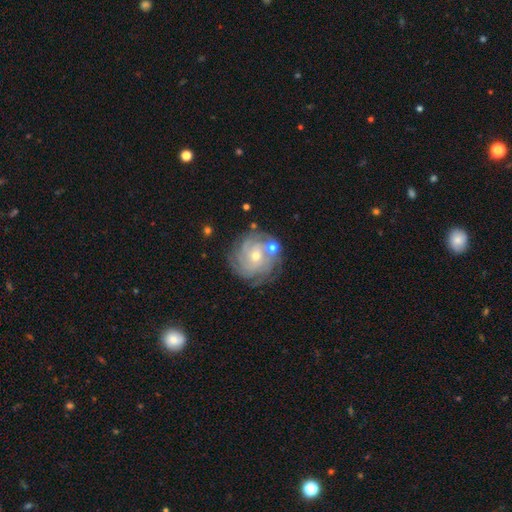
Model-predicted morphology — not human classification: featured or disk 82%, smooth 11%, star or artifact 7%. Down the decision tree: edge-on disk — no (97%); bar — no (68%); spiral arms — yes (95%); spiral arm count — can't tell (29%); spiral winding — tight (73%); bulge size — small (53%); merging — none (71%).